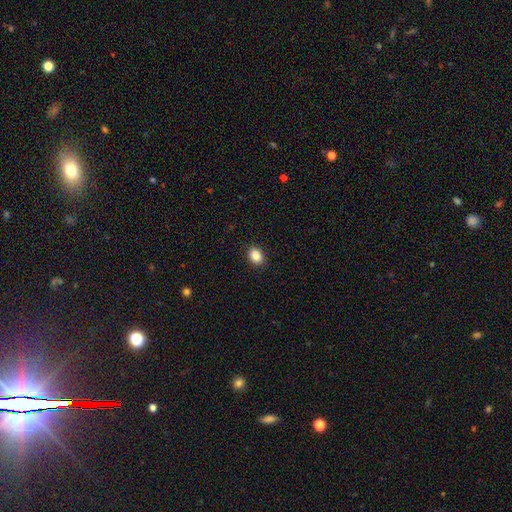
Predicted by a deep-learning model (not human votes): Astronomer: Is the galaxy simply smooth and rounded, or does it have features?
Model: smooth — 87%.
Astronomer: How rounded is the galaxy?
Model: in between — 65%.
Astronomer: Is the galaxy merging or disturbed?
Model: none — 90%.